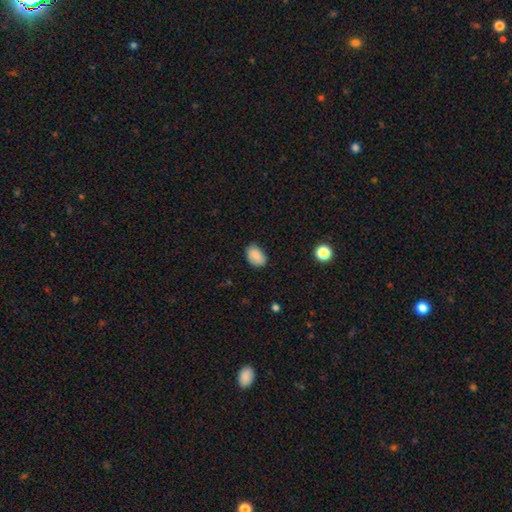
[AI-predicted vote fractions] Smooth or featured?
  - smooth: 87% *
  - star or artifact: 8%
  - featured or disk: 5%
How rounded?
  - in between: 85% *
  - round: 14%
  - cigar-shaped: 1%
Merging?
  - none: 73% *
  - minor disturbance: 22%
  - major disturbance: 4%
  - merger: 1%